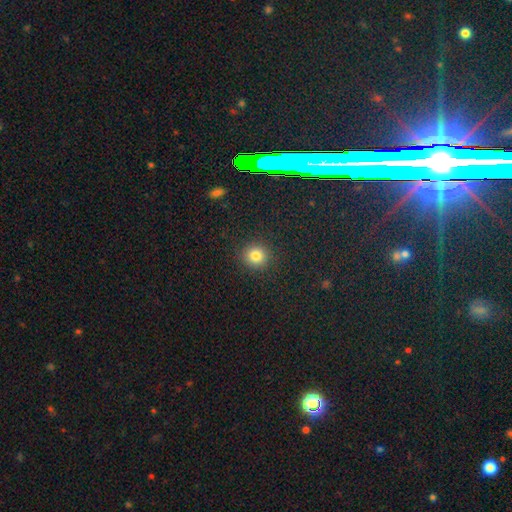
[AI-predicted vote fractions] Smooth or featured?
  - smooth: 82% *
  - star or artifact: 13%
  - featured or disk: 6%
How rounded?
  - round: 89% *
  - in between: 10%
  - cigar-shaped: 1%
Merging?
  - none: 90% *
  - minor disturbance: 6%
  - major disturbance: 3%
  - merger: 1%